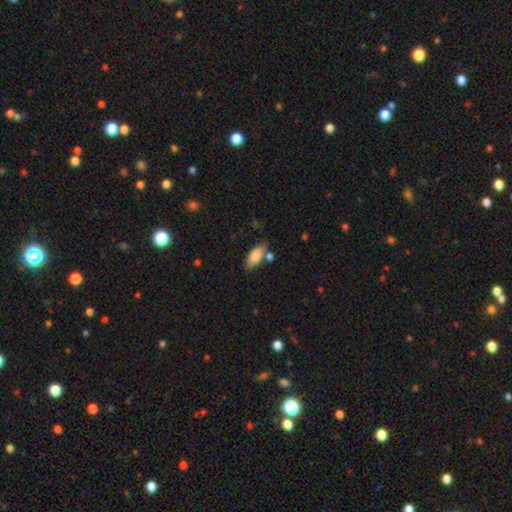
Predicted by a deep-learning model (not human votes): Overall: smooth (84%). How rounded: in between (87%). Merging: none (65%).